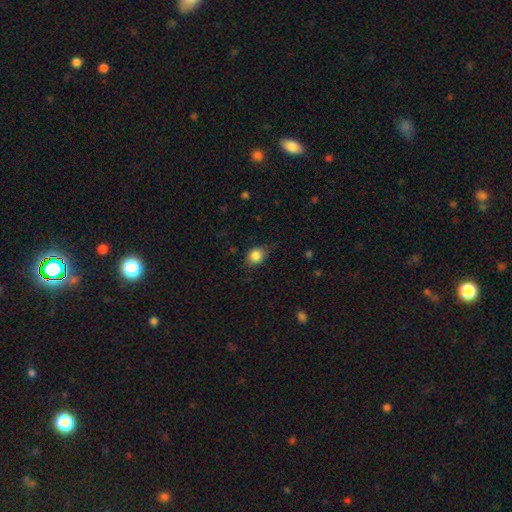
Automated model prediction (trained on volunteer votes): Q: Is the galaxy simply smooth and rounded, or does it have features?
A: smooth — 84%.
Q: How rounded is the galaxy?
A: round — 61%.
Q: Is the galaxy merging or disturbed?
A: none — 69%.